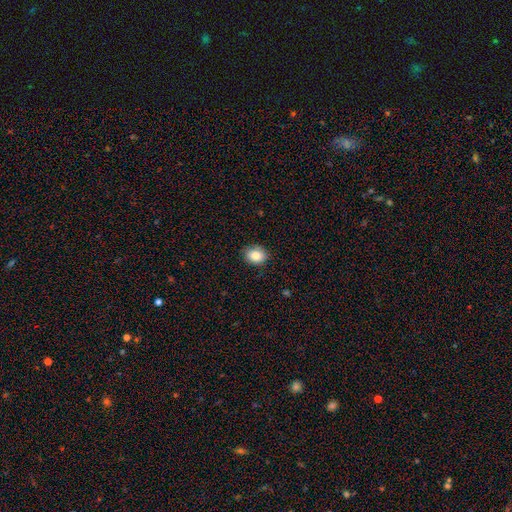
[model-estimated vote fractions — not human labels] Smooth or featured? Predicted: smooth (p=0.84). How rounded? Predicted: round (p=0.53). Merging? Predicted: none (p=0.84).